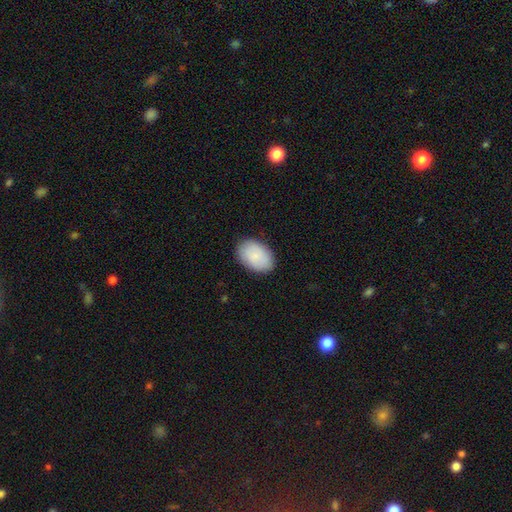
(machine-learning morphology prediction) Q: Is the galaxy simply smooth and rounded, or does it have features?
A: smooth — 88%.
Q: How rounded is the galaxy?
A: in between — 89%.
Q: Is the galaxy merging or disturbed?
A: none — 86%.